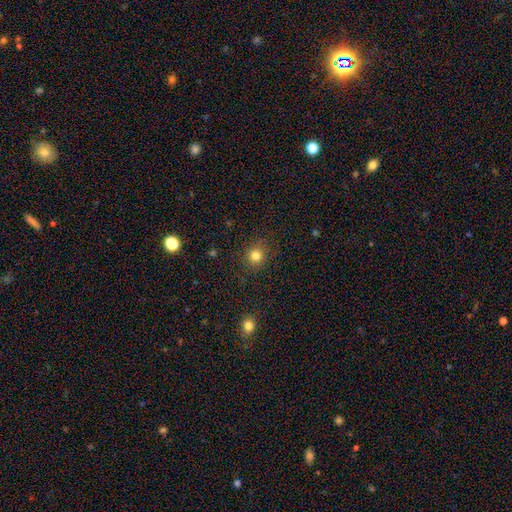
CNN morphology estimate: smooth 81%, star or artifact 14%, featured or disk 6%. Down the decision tree: how rounded — round (84%); merging — none (87%).